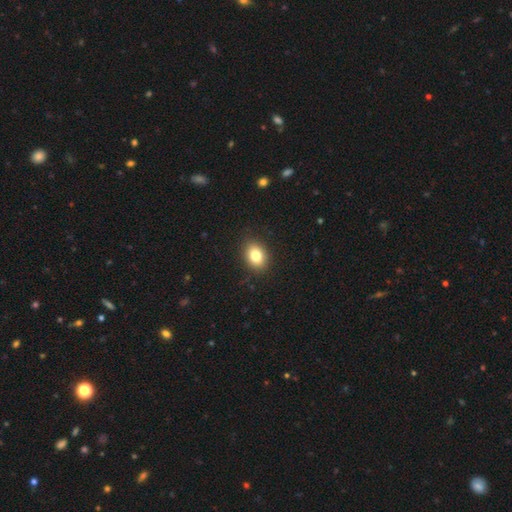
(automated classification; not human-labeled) Smooth or featured: smooth — 82% (star or artifact — 9%)
How rounded: in between — 68% (round — 31%)
Merging: none — 89% (minor disturbance — 8%)